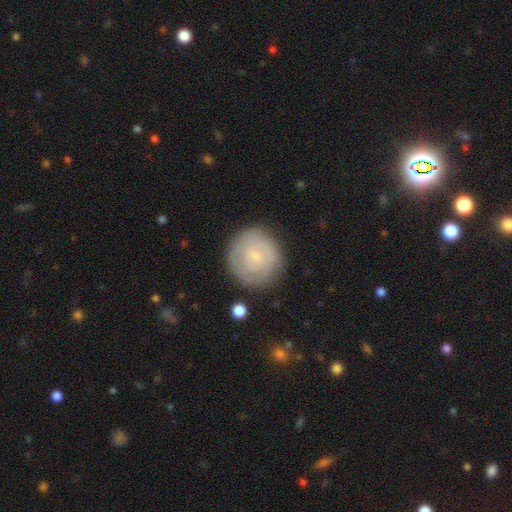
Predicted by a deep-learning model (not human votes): Smooth or featured? Predicted: smooth (p=0.58). How rounded? Predicted: round (p=0.93). Merging? Predicted: none (p=0.82).